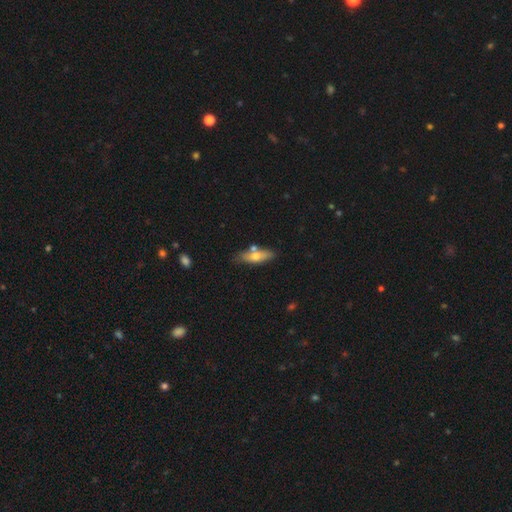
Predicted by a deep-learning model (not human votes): smooth 58%, featured or disk 35%, star or artifact 7%. Down the decision tree: how rounded — cigar-shaped (49%); merging — none (70%).